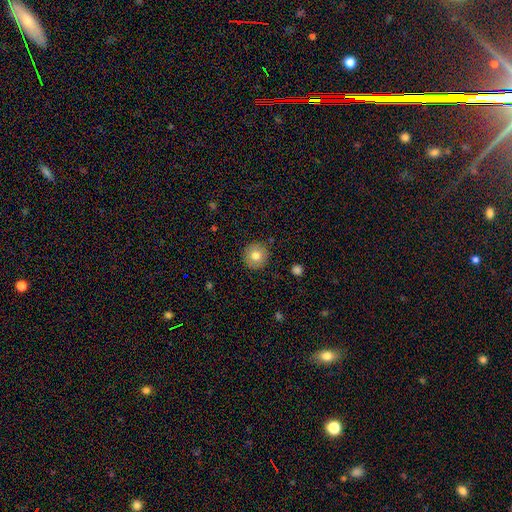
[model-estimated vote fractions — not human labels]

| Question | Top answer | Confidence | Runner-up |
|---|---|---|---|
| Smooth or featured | smooth | 78% | featured or disk (13%) |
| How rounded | round | 93% | in between (6%) |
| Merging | none | 89% | minor disturbance (7%) |